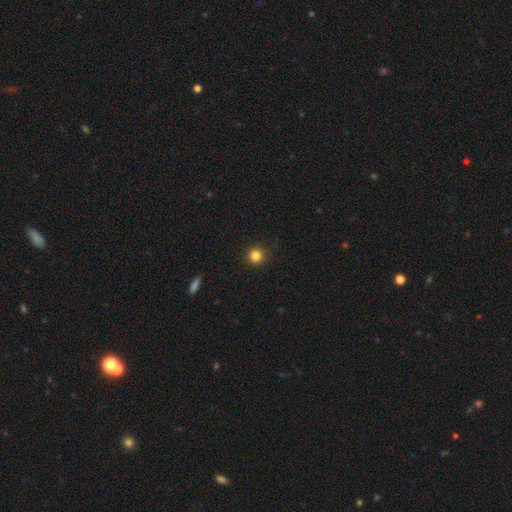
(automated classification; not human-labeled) smooth_or_featured: smooth (p=0.84) [alt: star or artifact p=0.12]
how_rounded: round (p=0.95) [alt: in between p=0.04]
merging: none (p=0.91) [alt: minor disturbance p=0.06]